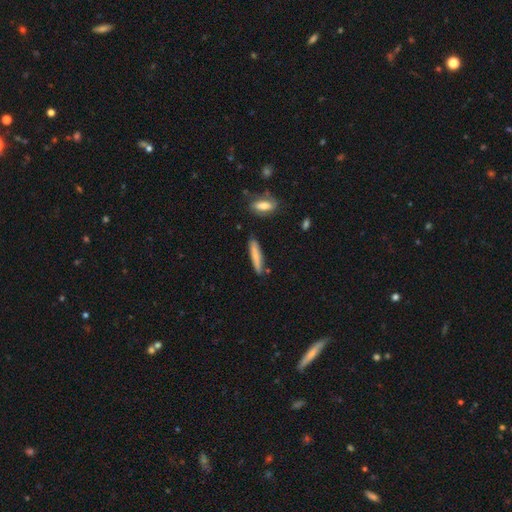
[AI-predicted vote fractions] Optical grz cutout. It shows a smooth galaxy with no disk features (74%) that is cigar-shaped (90%). Merging: none (82%).